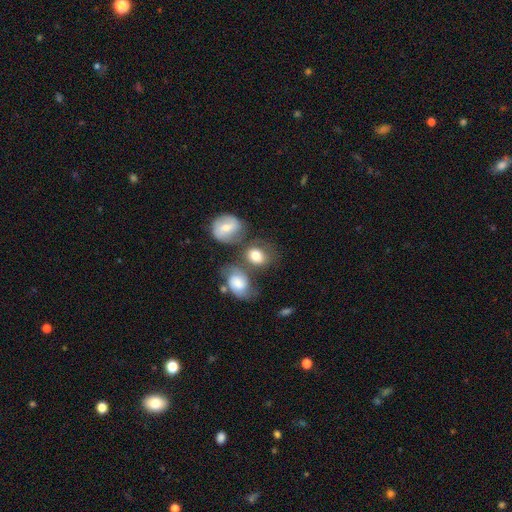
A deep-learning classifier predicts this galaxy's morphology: smooth_or_featured: smooth (p=0.71) [alt: featured or disk p=0.21]
how_rounded: in between (p=0.51) [alt: round p=0.48]
merging: none (p=0.48) [alt: merger p=0.26]